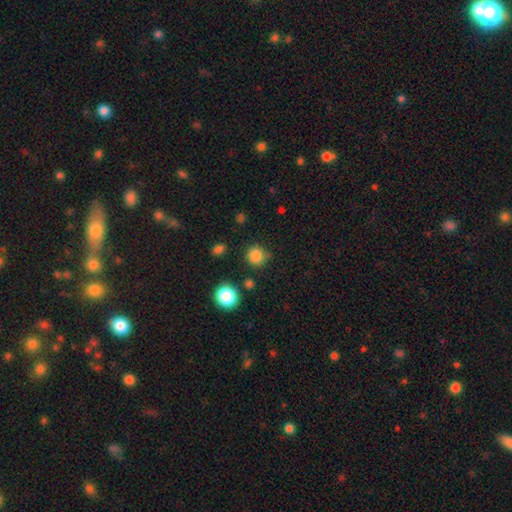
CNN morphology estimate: The model was most divided on "merging": none: 81%, minor disturbance: 12%, major disturbance: 4%, merger: 4%. More confident: how rounded — round (91%); smooth or featured — smooth (84%).